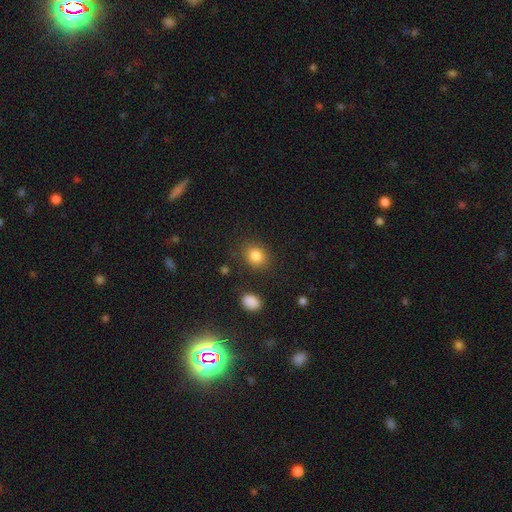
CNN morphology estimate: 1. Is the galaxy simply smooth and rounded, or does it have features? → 84% smooth, 10% star or artifact, 5% featured or disk.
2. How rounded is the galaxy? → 64% round, 35% in between, 1% cigar-shaped.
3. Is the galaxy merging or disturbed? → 84% none, 10% minor disturbance, 4% major disturbance, 3% merger.